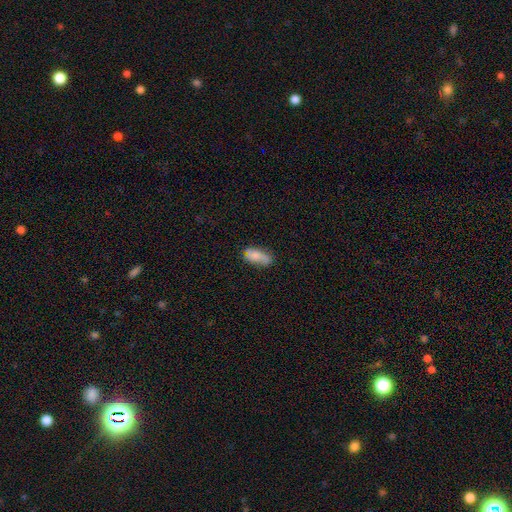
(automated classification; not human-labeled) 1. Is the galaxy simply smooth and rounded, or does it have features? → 74% smooth, 18% featured or disk, 8% star or artifact.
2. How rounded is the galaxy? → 84% in between, 12% cigar-shaped, 3% round.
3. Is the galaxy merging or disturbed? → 59% none, 29% minor disturbance, 8% major disturbance, 4% merger.